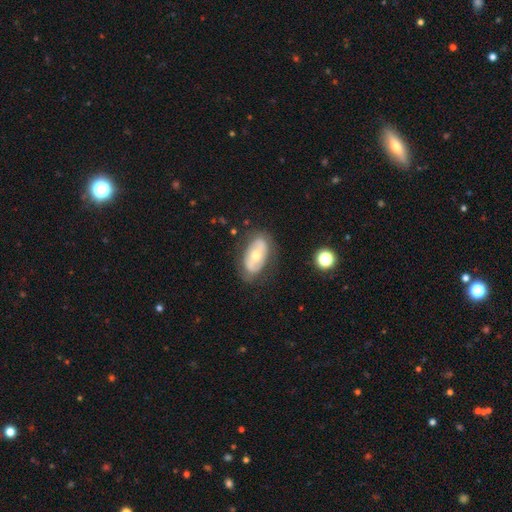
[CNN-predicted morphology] Q: Smooth or featured?
A: featured or disk (56%); runner-up: smooth (38%)
Q: Edge-on disk?
A: no (90%); runner-up: yes (10%)
Q: Bar?
A: no (63%); runner-up: weak (22%)
Q: Spiral arms?
A: no (67%); runner-up: yes (33%)
Q: Bulge size?
A: moderate (63%); runner-up: small (31%)
Q: Merging?
A: none (75%); runner-up: minor disturbance (17%)